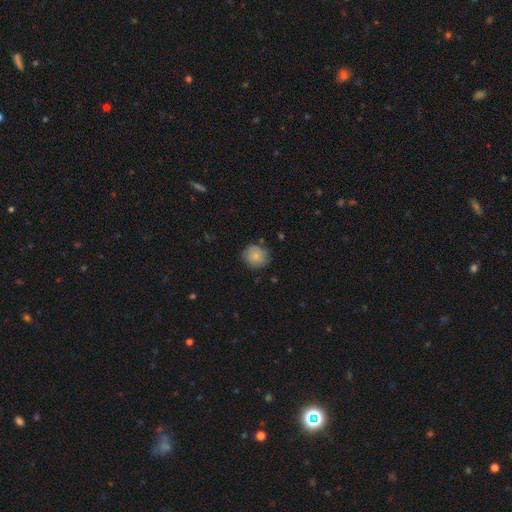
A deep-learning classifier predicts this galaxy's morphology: This appears to be a smooth galaxy with no disk features (77%) that is round (83%). Merging: none (76%).